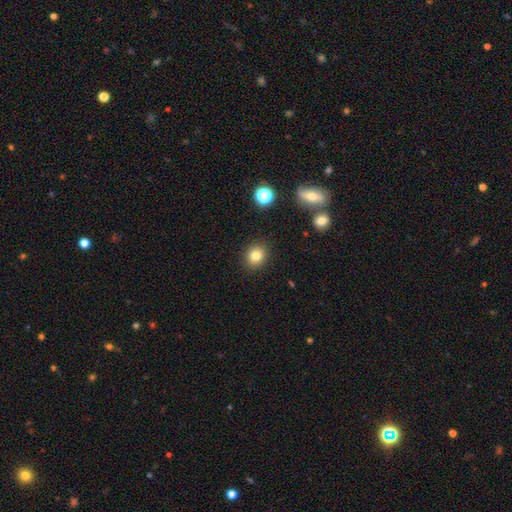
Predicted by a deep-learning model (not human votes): Smooth or featured?
  - smooth: 81% *
  - star or artifact: 12%
  - featured or disk: 7%
How rounded?
  - round: 70% *
  - in between: 29%
  - cigar-shaped: 1%
Merging?
  - none: 89% *
  - minor disturbance: 8%
  - major disturbance: 2%
  - merger: 2%